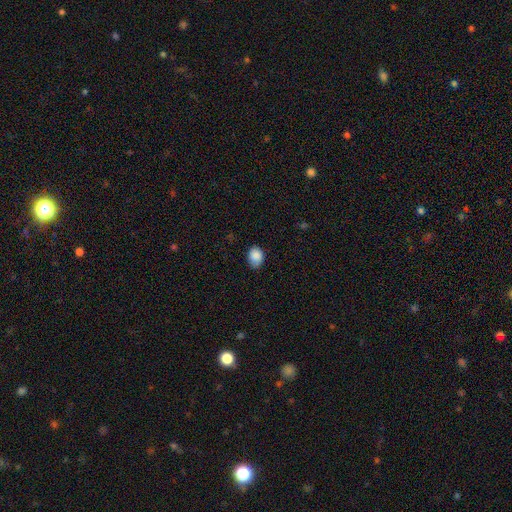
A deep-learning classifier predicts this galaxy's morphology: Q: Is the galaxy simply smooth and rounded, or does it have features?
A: smooth — 87%.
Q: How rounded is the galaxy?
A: in between — 65%.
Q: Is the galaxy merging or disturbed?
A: none — 74%.